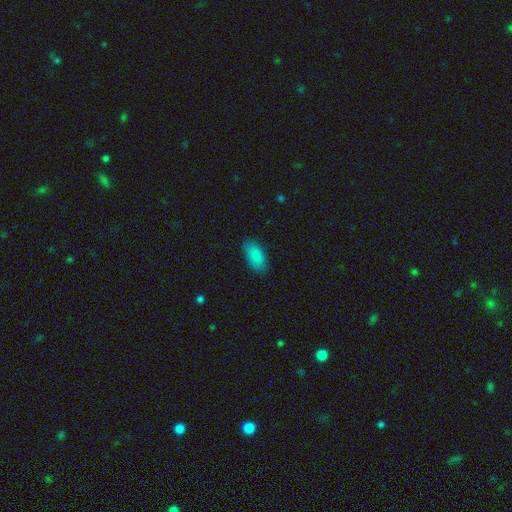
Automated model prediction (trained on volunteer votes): smooth-or-featured: smooth: 88% | star or artifact: 7% | featured or disk: 5%
  how-rounded: in between: 91% | cigar-shaped: 6% | round: 2%
  merging: none: 84% | minor disturbance: 13% | major disturbance: 3% | merger: 1%